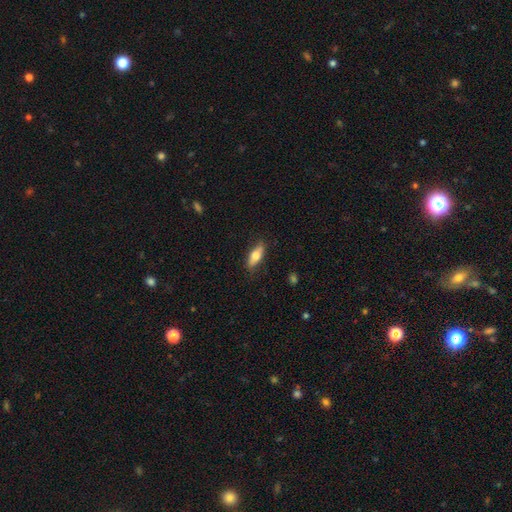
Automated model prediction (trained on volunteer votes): Smooth or featured? Predicted: smooth (p=0.67). How rounded? Predicted: in between (p=0.67). Merging? Predicted: none (p=0.83).